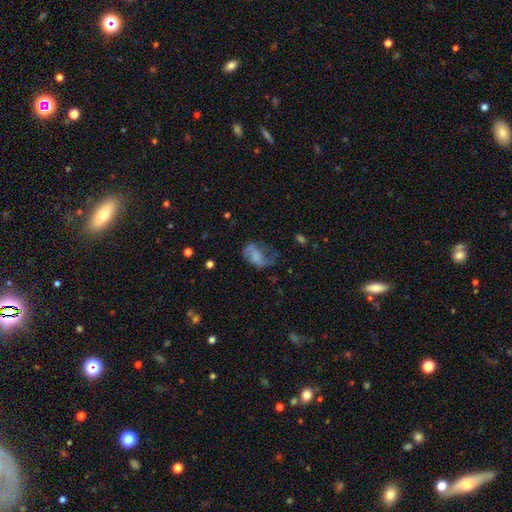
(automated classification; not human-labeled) The model was most divided on "merging": major disturbance: 37%, none: 33%, minor disturbance: 27%, merger: 4%. Remaining: smooth or featured — smooth (48%).